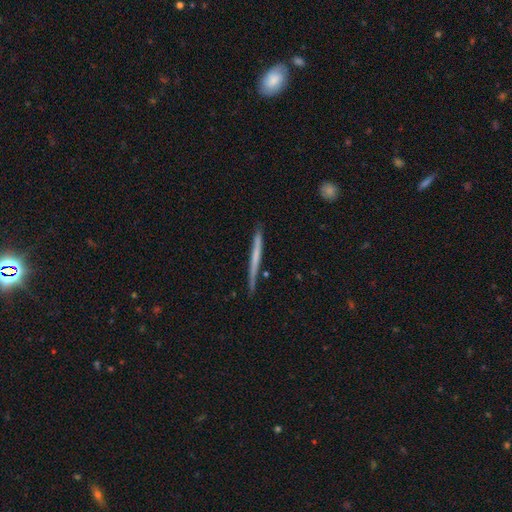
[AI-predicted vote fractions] Morphology: type=featured or disk (49%); merging=none (85%).